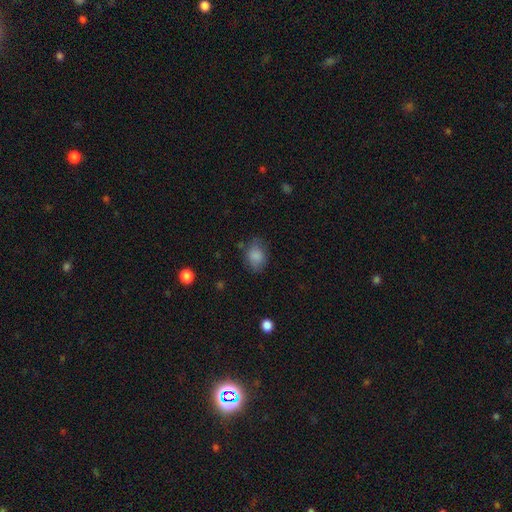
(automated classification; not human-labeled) smooth_or_featured: smooth (p=0.84) [alt: star or artifact p=0.09]
how_rounded: in between (p=0.62) [alt: round p=0.37]
merging: none (p=0.67) [alt: minor disturbance p=0.24]